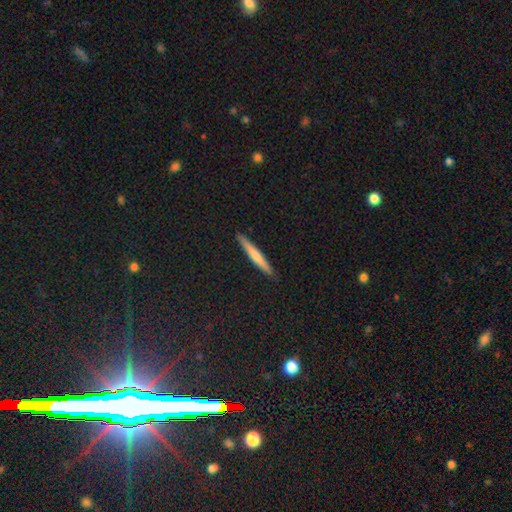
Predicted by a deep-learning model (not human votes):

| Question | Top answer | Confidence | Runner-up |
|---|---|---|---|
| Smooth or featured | smooth | 54% | featured or disk (40%) |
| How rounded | cigar-shaped | 95% | in between (3%) |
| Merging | none | 91% | minor disturbance (7%) |